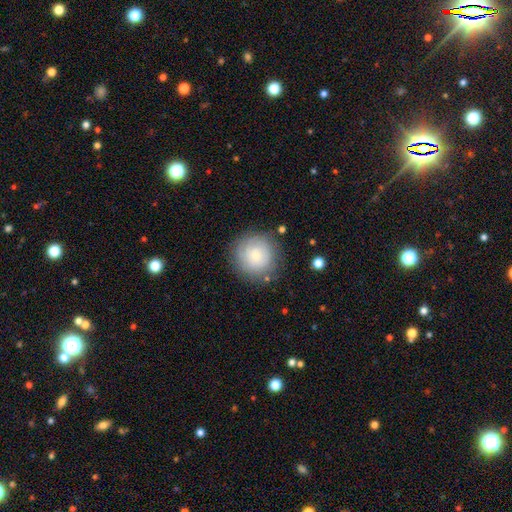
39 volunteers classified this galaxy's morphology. Smooth or featured? smooth (77%)
How rounded? round (97%)
Merging? none (81%)